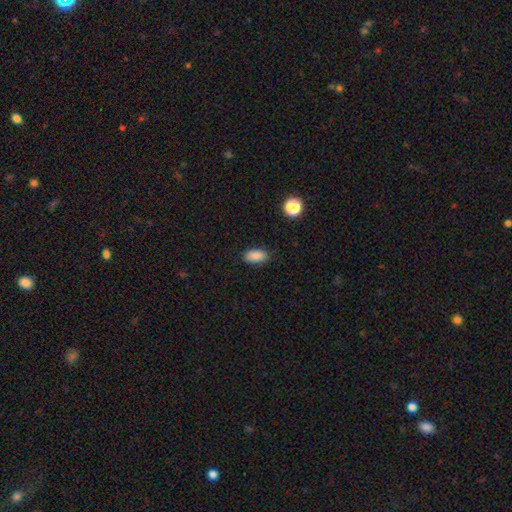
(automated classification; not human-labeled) Overall: smooth (87%). How rounded: in between (91%). Merging: none (85%).